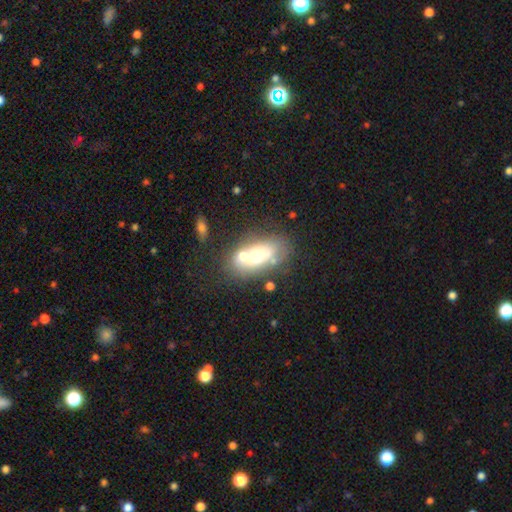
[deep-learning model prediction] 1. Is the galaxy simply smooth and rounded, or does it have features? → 55% smooth, 35% featured or disk, 10% star or artifact.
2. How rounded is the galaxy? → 83% in between, 11% round, 6% cigar-shaped.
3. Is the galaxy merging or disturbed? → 41% none, 36% merger, 15% minor disturbance, 9% major disturbance.